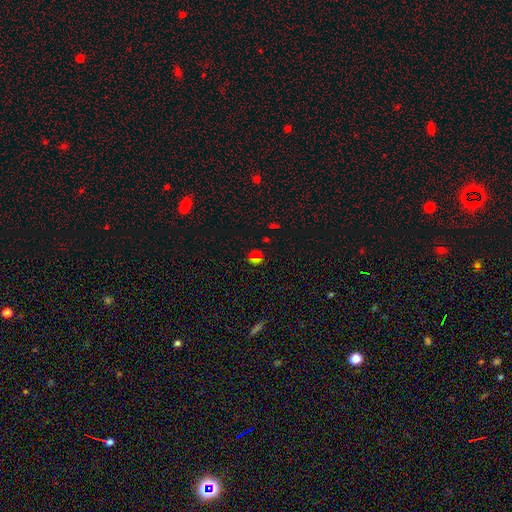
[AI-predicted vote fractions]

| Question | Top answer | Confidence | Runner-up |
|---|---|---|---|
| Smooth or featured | smooth | 50% | star or artifact (41%) |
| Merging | none | 79% | minor disturbance (12%) |